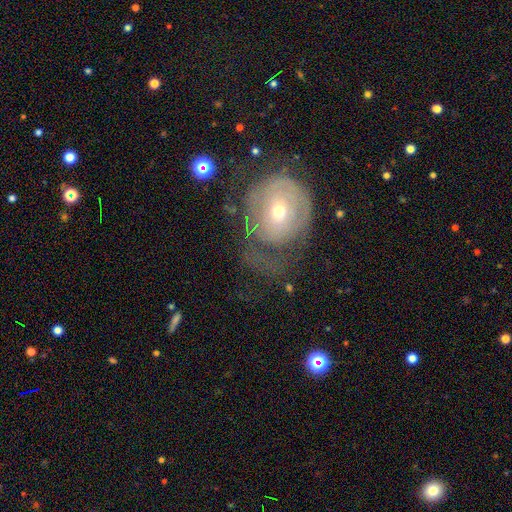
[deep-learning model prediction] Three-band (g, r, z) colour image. It shows a featured or disk galaxy (62%) with no bar (72%), spiral arms (62%) and a small central bulge (49%). Merging: none (45%).